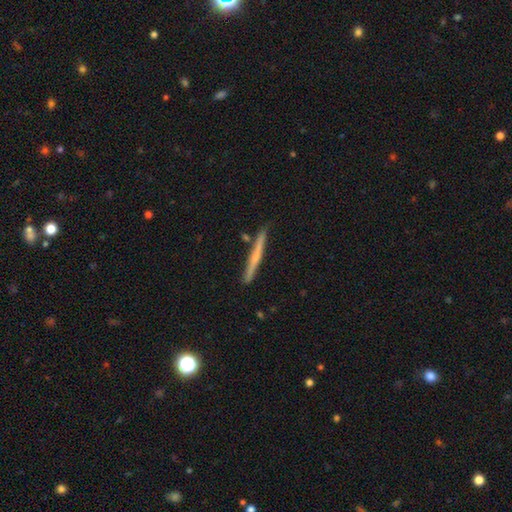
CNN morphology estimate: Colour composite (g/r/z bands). It shows a featured or disk galaxy (52%) viewed edge-on (97%) with no central bulge (59%). Merging: none (87%).